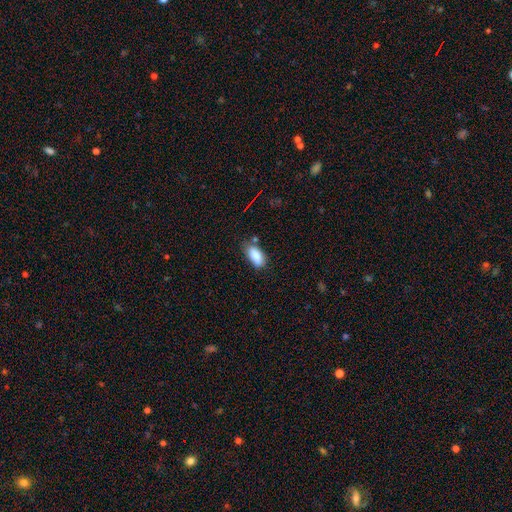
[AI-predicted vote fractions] Overall: smooth (84%). How rounded: in between (90%). Merging: none (64%; minor disturbance 25%).